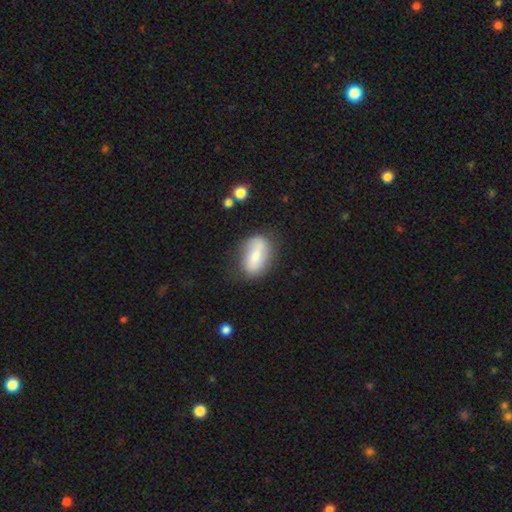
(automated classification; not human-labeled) Smooth or featured? smooth (57%)
How rounded? in between (83%)
Merging? none (67%)